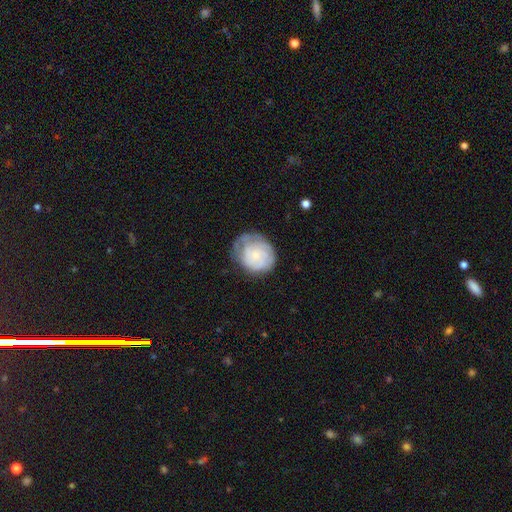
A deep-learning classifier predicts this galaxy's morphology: featured or disk 52%, smooth 41%, star or artifact 7%. Down the decision tree: edge-on disk — no (98%); bar — no (81%); spiral arms — yes (74%); bulge size — small (67%); merging — none (52%).